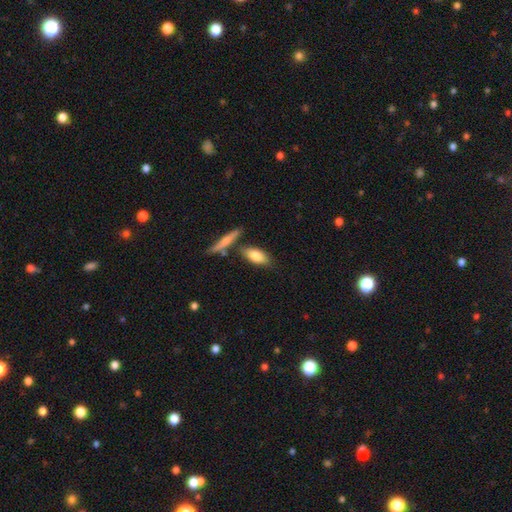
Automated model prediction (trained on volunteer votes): This is likely a smooth galaxy (79%). How rounded: likely in between (79%). Merging: likely none (68%).